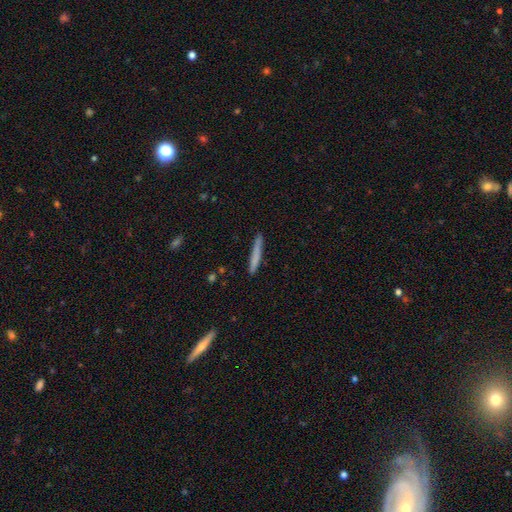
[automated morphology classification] type=smooth (71%); roundness=cigar-shaped (96%); merging=none (87%).